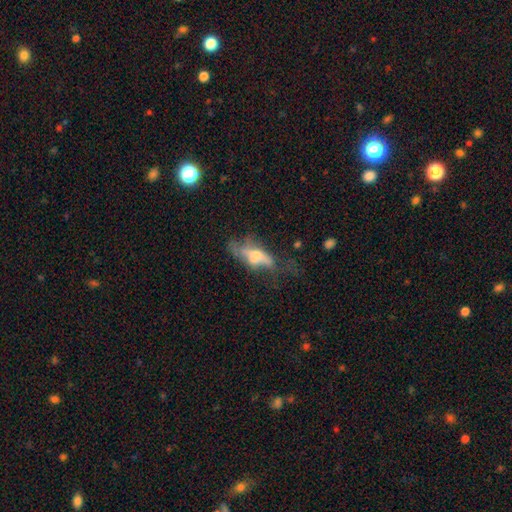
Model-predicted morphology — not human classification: A featured or disk galaxy (51%).

Vote fractions:
- Smooth or featured? featured or disk: 51% / smooth: 39% / star or artifact: 10%
- Edge-on disk? no: 61% / yes: 39%
- Merging? major disturbance: 38% / none: 31% / minor disturbance: 23% / merger: 8%